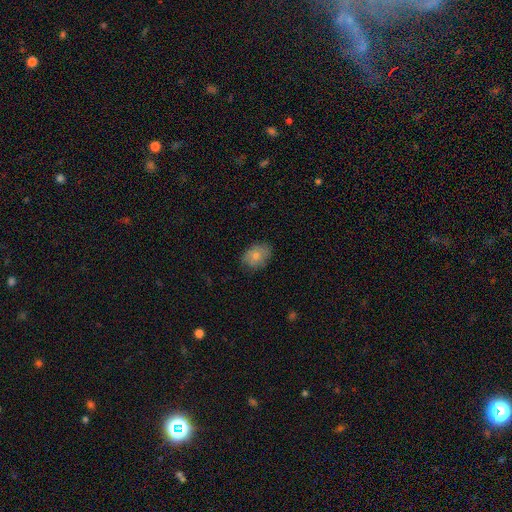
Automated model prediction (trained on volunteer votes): Smooth or featured? Predicted: smooth (p=0.78). How rounded? Predicted: in between (p=0.66). Merging? Predicted: none (p=0.77).